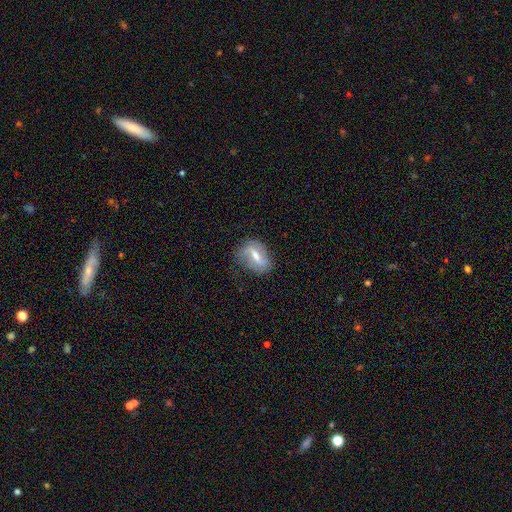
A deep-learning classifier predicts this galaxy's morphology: Q: Smooth or featured?
A: featured or disk (64%); runner-up: smooth (29%)
Q: Edge-on disk?
A: no (91%); runner-up: yes (9%)
Q: Bar?
A: strong (48%); runner-up: weak (40%)
Q: Spiral arms?
A: yes (72%); runner-up: no (28%)
Q: Bulge size?
A: moderate (53%); runner-up: small (36%)
Q: Merging?
A: none (67%); runner-up: minor disturbance (22%)